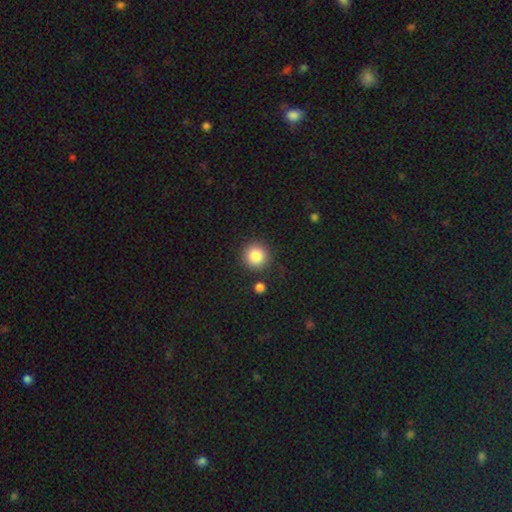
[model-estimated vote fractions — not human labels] smooth 86%, star or artifact 9%, featured or disk 5%. Down the decision tree: how rounded — round (93%); merging — none (88%).